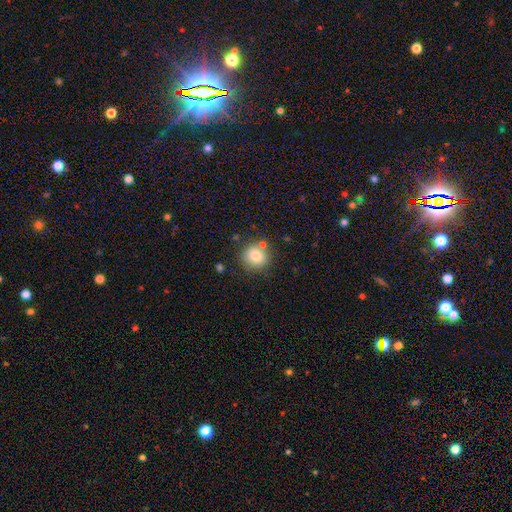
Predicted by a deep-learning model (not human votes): The model was most divided on "merging": none: 75%, minor disturbance: 11%, merger: 11%, major disturbance: 3%. More confident: how rounded — round (87%); smooth or featured — smooth (80%).